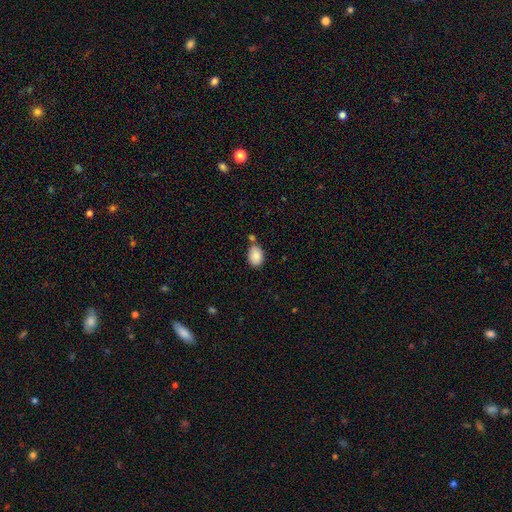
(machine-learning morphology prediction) A smooth galaxy with no disk features (85%) that is in between round and cigar-shaped (81%).

Vote fractions:
- Smooth or featured? smooth: 85% / star or artifact: 7% / featured or disk: 7%
- How rounded? in between: 81% / round: 18% / cigar-shaped: 1%
- Merging? none: 66% / minor disturbance: 17% / merger: 14% / major disturbance: 4%